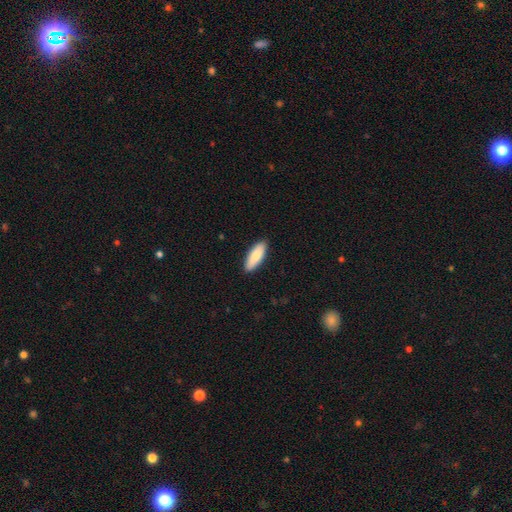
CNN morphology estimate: smooth 84%, featured or disk 11%, star or artifact 5%. Down the decision tree: how rounded — in between (63%); merging — none (90%).